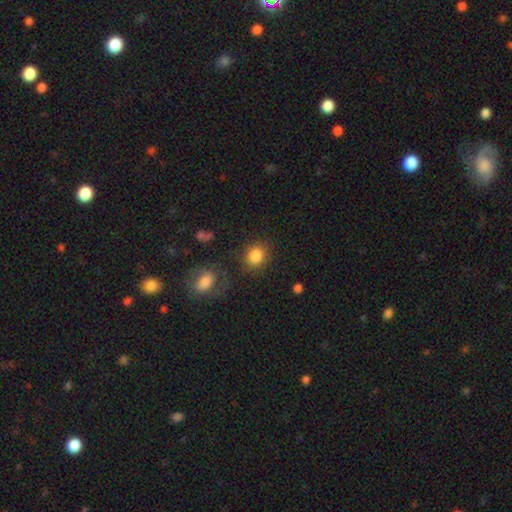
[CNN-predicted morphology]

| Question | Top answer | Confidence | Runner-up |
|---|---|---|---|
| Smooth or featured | smooth | 86% | star or artifact (9%) |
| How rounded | round | 73% | in between (26%) |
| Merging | none | 80% | minor disturbance (11%) |